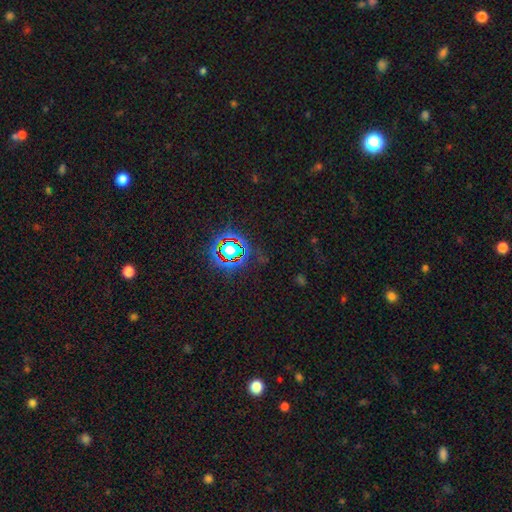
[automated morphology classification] smooth-or-featured: star or artifact: 80% | smooth: 12% | featured or disk: 8%